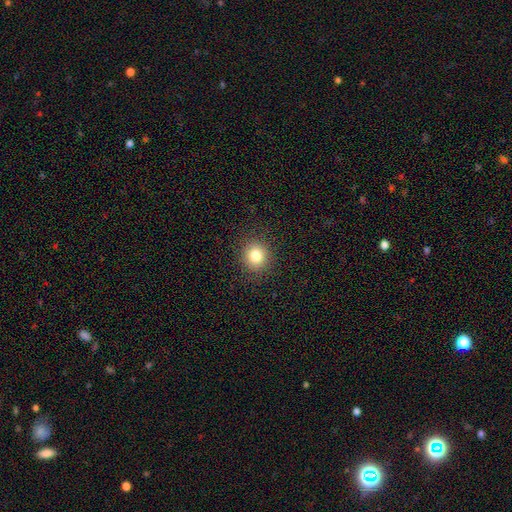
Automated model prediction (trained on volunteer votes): Q: Smooth or featured?
A: smooth (82%); runner-up: star or artifact (12%)
Q: How rounded?
A: round (83%); runner-up: in between (16%)
Q: Merging?
A: none (90%); runner-up: minor disturbance (7%)